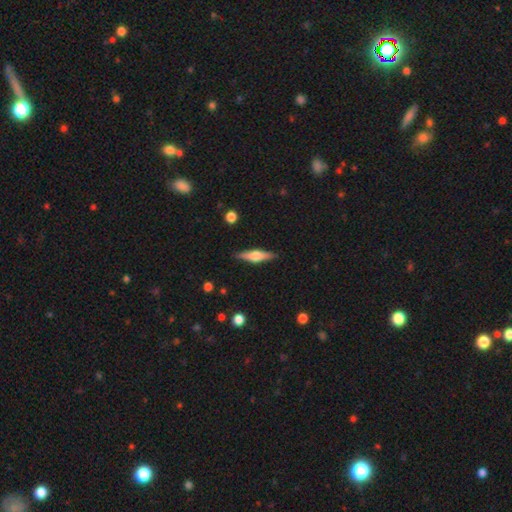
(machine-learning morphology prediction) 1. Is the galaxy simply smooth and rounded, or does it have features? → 61% featured or disk, 33% smooth, 6% star or artifact.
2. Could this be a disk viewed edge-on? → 96% yes, 4% no.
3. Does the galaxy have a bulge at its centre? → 89% rounded, 8% boxy, 3% none.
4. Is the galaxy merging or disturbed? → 89% none, 8% minor disturbance, 2% major disturbance, 1% merger.